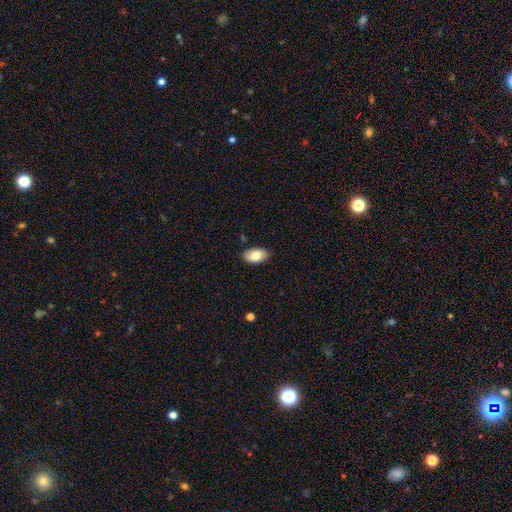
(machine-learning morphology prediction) smooth-or-featured: smooth: 83% | featured or disk: 10% | star or artifact: 7%
  how-rounded: in between: 94% | round: 5% | cigar-shaped: 1%
  merging: none: 86% | minor disturbance: 11% | major disturbance: 2% | merger: 1%